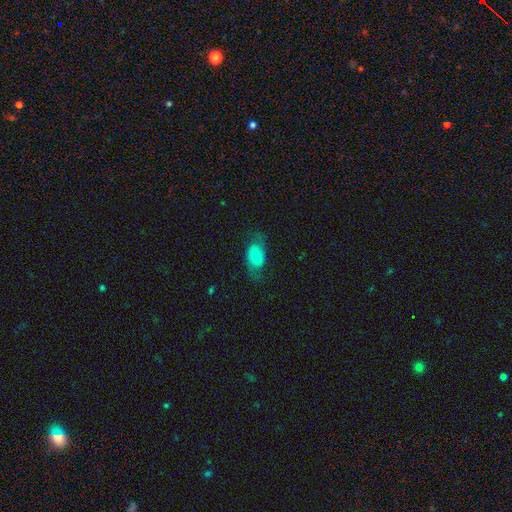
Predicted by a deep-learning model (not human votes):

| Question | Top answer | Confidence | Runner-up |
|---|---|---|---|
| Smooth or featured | smooth | 71% | featured or disk (20%) |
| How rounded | in between | 88% | round (10%) |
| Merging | none | 64% | minor disturbance (23%) |